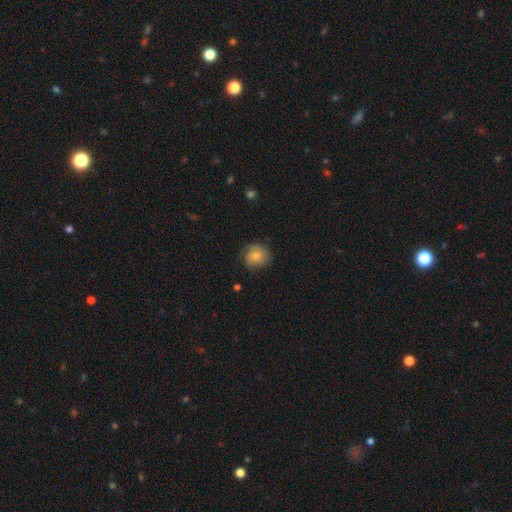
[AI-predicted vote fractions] smooth 73%, featured or disk 19%, star or artifact 8%. Down the decision tree: how rounded — round (88%); merging — none (75%).